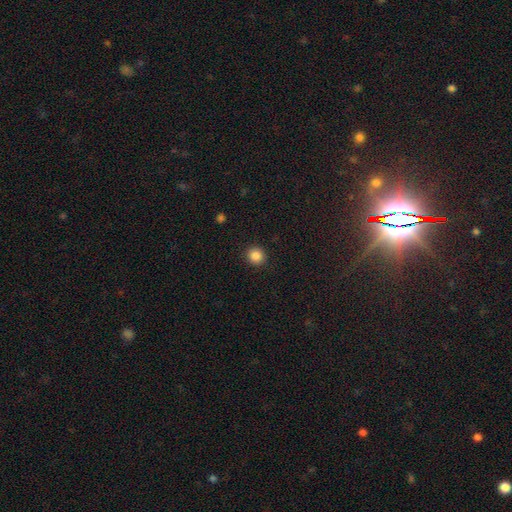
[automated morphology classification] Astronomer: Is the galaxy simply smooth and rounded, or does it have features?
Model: smooth — 86%.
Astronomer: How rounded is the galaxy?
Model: round — 93%.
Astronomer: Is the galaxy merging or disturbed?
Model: none — 92%.